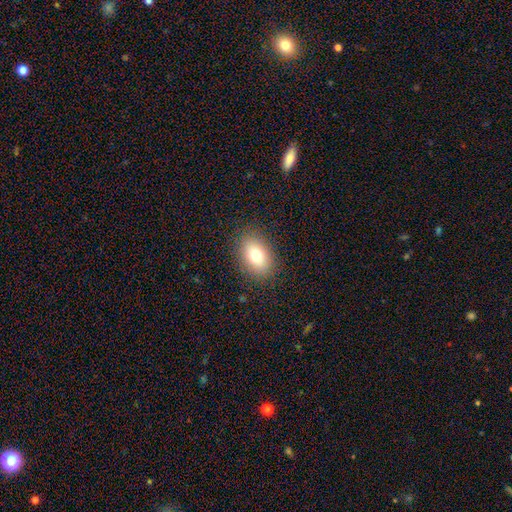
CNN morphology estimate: smooth-or-featured: smooth: 78% | featured or disk: 12% | star or artifact: 10%
  how-rounded: in between: 82% | round: 17% | cigar-shaped: 1%
  merging: none: 87% | minor disturbance: 9% | major disturbance: 3% | merger: 1%